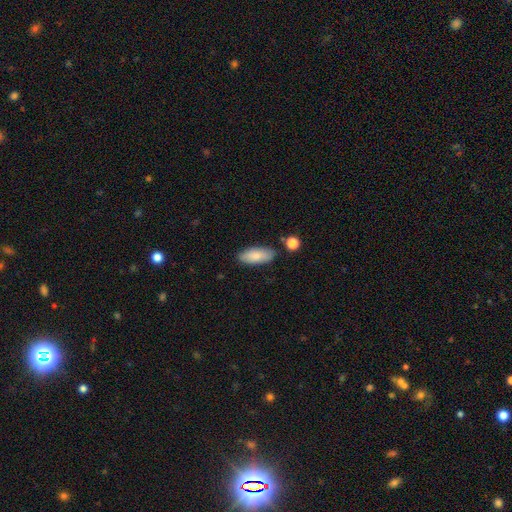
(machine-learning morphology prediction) The model was most divided on "merging": none: 80%, minor disturbance: 13%, merger: 4%, major disturbance: 3%. More confident: how rounded — in between (85%); smooth or featured — smooth (81%).